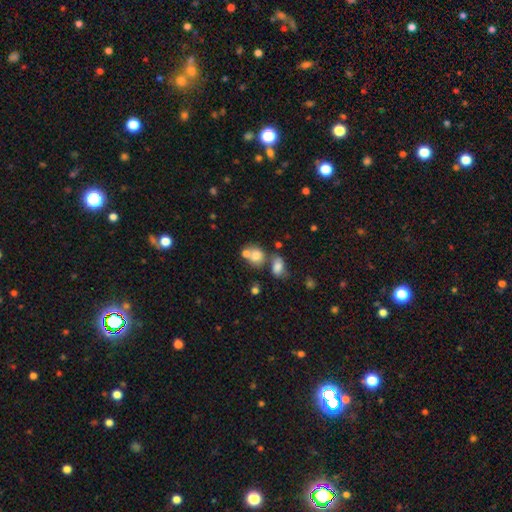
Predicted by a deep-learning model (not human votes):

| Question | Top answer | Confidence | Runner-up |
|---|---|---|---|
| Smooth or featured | smooth | 75% | featured or disk (13%) |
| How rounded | round | 63% | in between (36%) |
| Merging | merger | 47% | none (37%) |